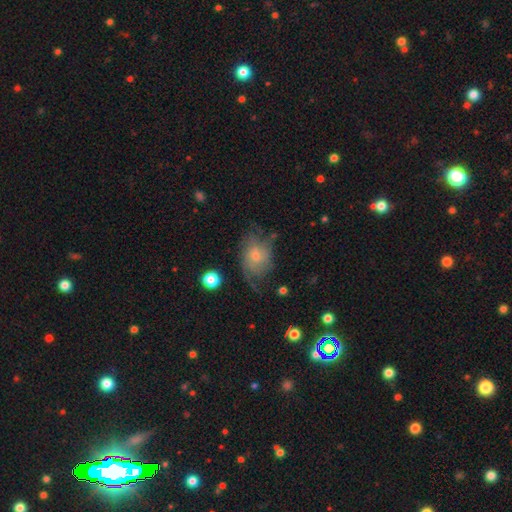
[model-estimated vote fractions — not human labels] Smooth or featured: featured or disk — 52% (smooth — 34%)
Edge-on disk: no — 95% (yes — 5%)
Merging: none — 55% (minor disturbance — 26%)